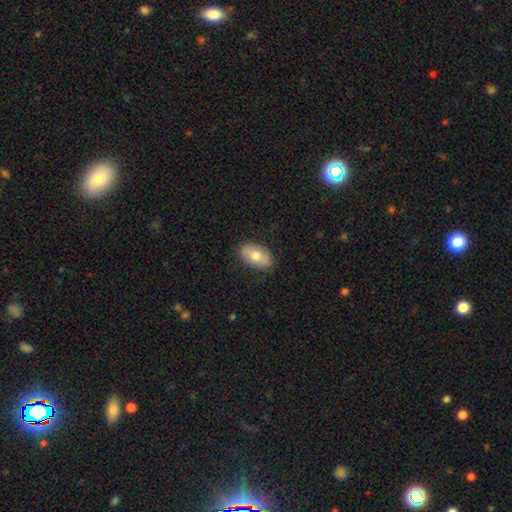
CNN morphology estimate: The model was most divided on "smooth or featured": smooth: 73%, featured or disk: 20%, star or artifact: 6%. More confident: how rounded — in between (93%); merging — none (85%).